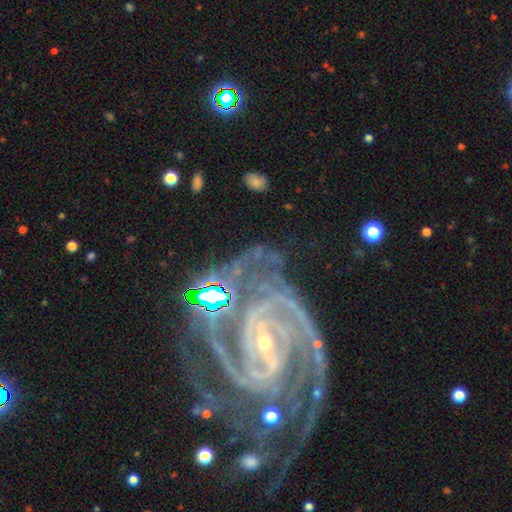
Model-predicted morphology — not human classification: This is clearly a featured or disk galaxy (92%). It is clearly not viewed edge-on (98%). Bar: marginally strong (36%). Spiral arm pattern: clearly yes (99%). Spiral arm count: marginally 2 (38%). Spiral winding: likely tight (64%). Central bulge: clearly small (83%). Merging: possibly none (56%).